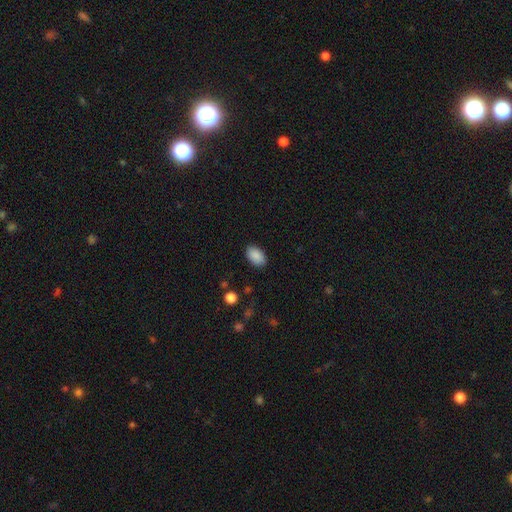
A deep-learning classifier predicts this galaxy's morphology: smooth_or_featured: smooth (p=0.90) [alt: star or artifact p=0.07]
how_rounded: in between (p=0.92) [alt: round p=0.07]
merging: none (p=0.87) [alt: minor disturbance p=0.09]